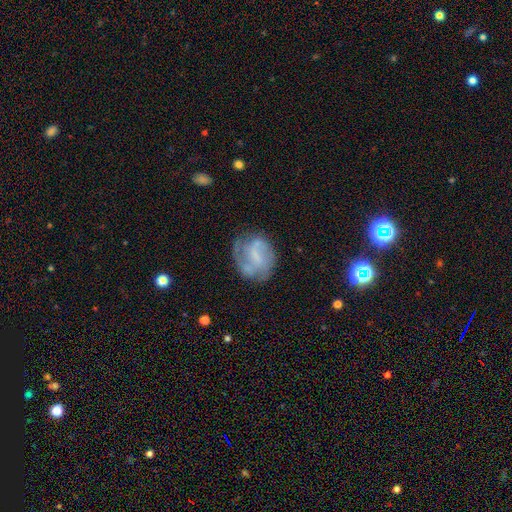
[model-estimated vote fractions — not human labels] smooth-or-featured: featured or disk: 65% | smooth: 26% | star or artifact: 9%
  disk-edge-on: no: 98% | yes: 2%
    bar: weak: 45% | no: 37% | strong: 19%
    has-spiral-arms: yes: 77% | no: 23%
    bulge-size: none: 51% | small: 30% | moderate: 15% | large: 3% | dominant: 1%
  merging: none: 60% | minor disturbance: 22% | major disturbance: 15% | merger: 3%